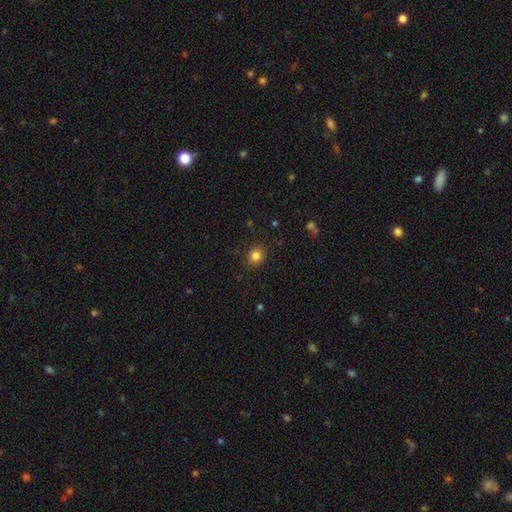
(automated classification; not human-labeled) A smooth galaxy with no disk features (82%) that is round (67%). Merging: none (87%).